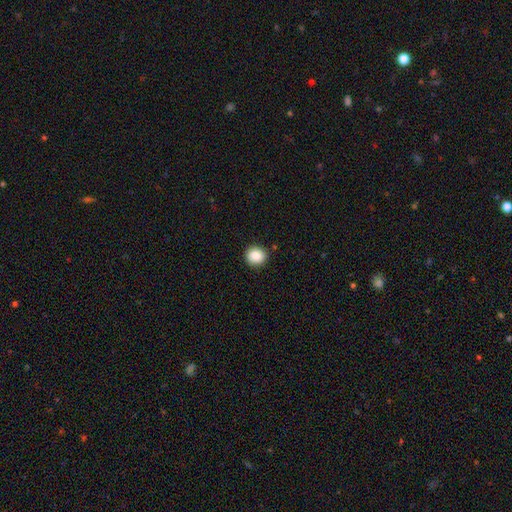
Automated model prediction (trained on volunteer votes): A smooth galaxy with no disk features (88%) that is round (87%).

Vote fractions:
- Smooth or featured? smooth: 88% / star or artifact: 9% / featured or disk: 3%
- How rounded? round: 87% / in between: 12% / cigar-shaped: 1%
- Merging? none: 89% / minor disturbance: 8% / major disturbance: 2% / merger: 1%